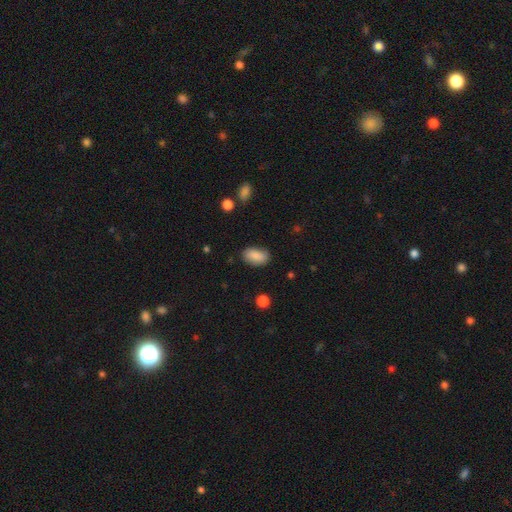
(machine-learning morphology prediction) Smooth or featured? Predicted: smooth (p=0.87). How rounded? Predicted: in between (p=0.93). Merging? Predicted: none (p=0.81).